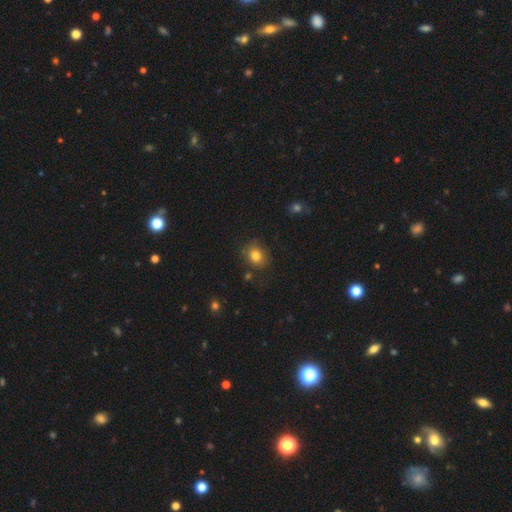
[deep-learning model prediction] Overall: smooth (79%). How rounded: round (71%). Merging: none (80%).